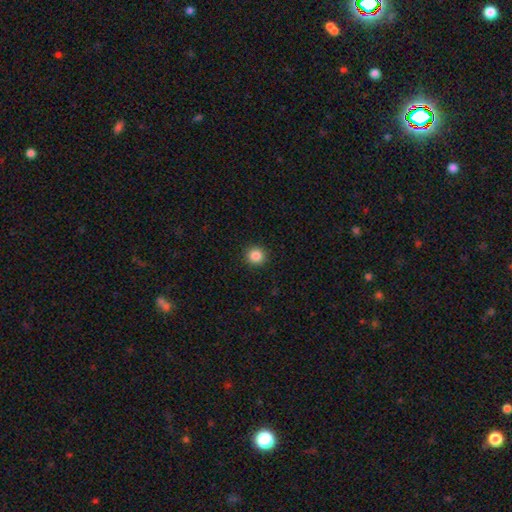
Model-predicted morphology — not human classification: The model was most divided on "smooth or featured": smooth: 86%, star or artifact: 10%, featured or disk: 3%. More confident: how rounded — round (94%); merging — none (93%).